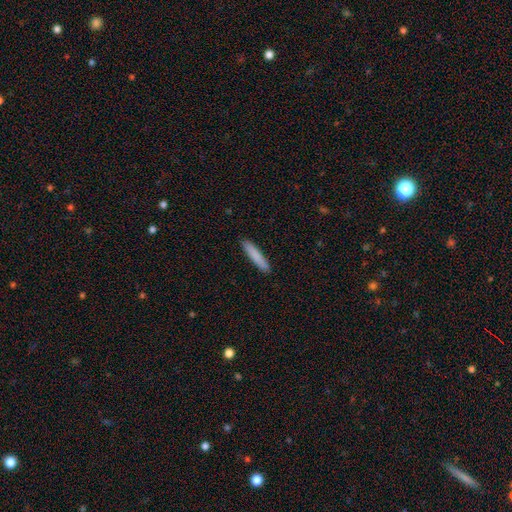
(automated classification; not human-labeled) Q: Smooth or featured?
A: smooth (84%); runner-up: featured or disk (10%)
Q: How rounded?
A: cigar-shaped (92%); runner-up: in between (7%)
Q: Merging?
A: none (91%); runner-up: minor disturbance (6%)